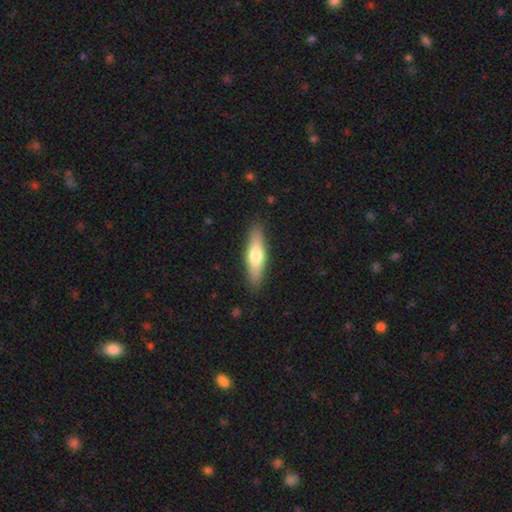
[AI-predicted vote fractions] Smooth or featured: smooth — 62% (featured or disk — 33%)
How rounded: cigar-shaped — 62% (in between — 36%)
Merging: none — 87% (minor disturbance — 9%)